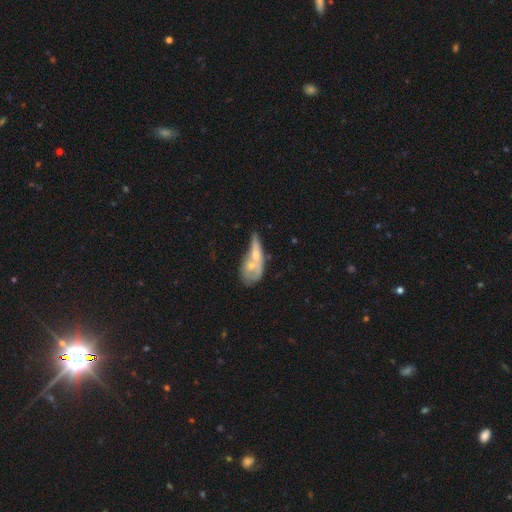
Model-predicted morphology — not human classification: This is possibly a featured or disk galaxy (53%). It is likely not viewed edge-on (74%). Merging: possibly merger (49%).